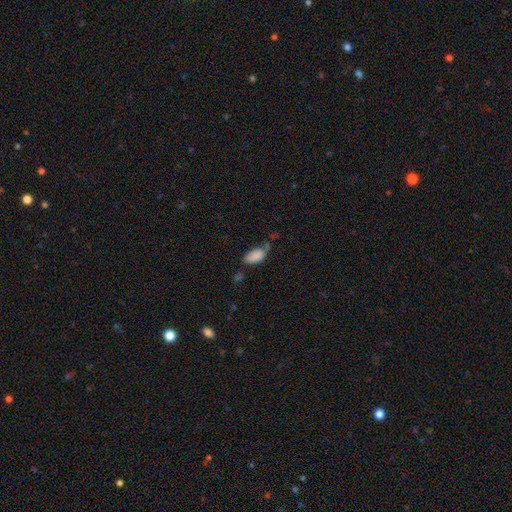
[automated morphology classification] Smooth or featured: smooth — 86% (star or artifact — 8%)
How rounded: in between — 94% (cigar-shaped — 3%)
Merging: none — 50% (minor disturbance — 27%)